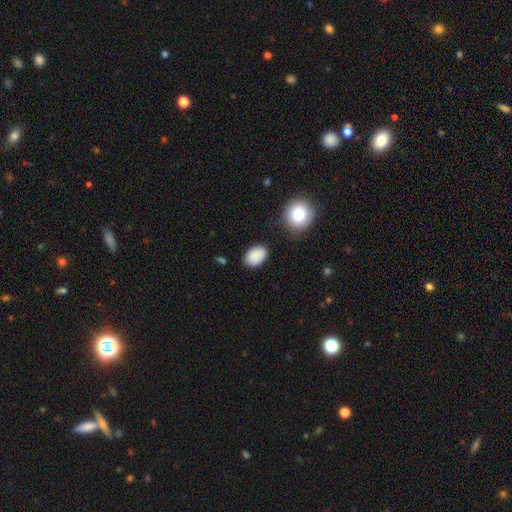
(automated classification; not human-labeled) smooth-or-featured: smooth: 88% | star or artifact: 8% | featured or disk: 4%
  how-rounded: in between: 84% | round: 15% | cigar-shaped: 1%
  merging: none: 83% | minor disturbance: 12% | major disturbance: 3% | merger: 2%